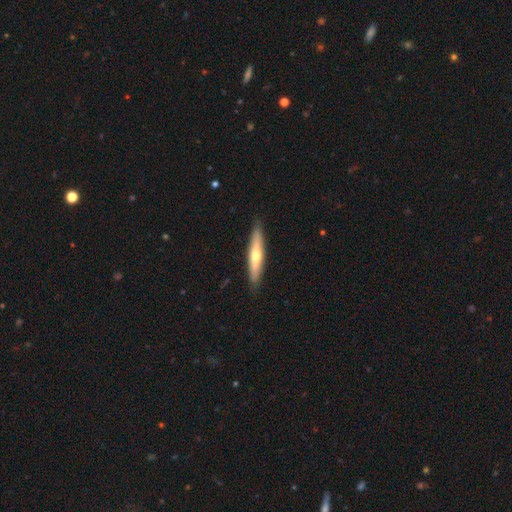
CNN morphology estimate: Smooth or featured? Predicted: featured or disk (p=0.51). Edge-on disk? Predicted: yes (p=0.91). Merging? Predicted: none (p=0.89).